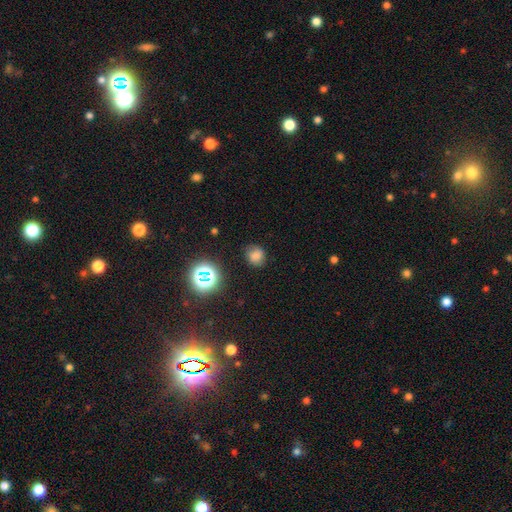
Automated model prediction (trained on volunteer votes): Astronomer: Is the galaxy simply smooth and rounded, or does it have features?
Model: smooth — 73%.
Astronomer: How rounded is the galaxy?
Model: round — 69%.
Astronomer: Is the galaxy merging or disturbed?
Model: none — 77%.